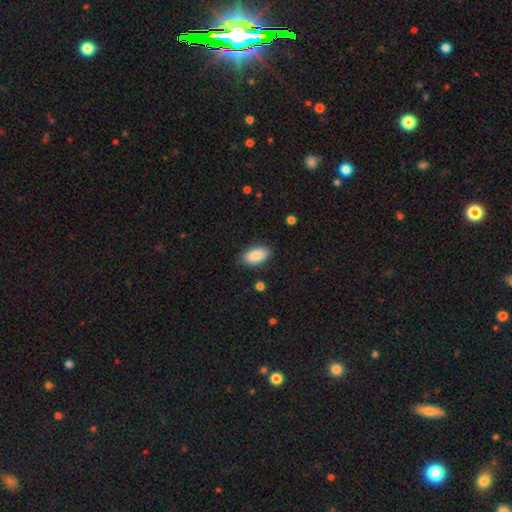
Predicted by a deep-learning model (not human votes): Smooth or featured? Predicted: smooth (p=0.88). How rounded? Predicted: in between (p=0.93). Merging? Predicted: none (p=0.84).